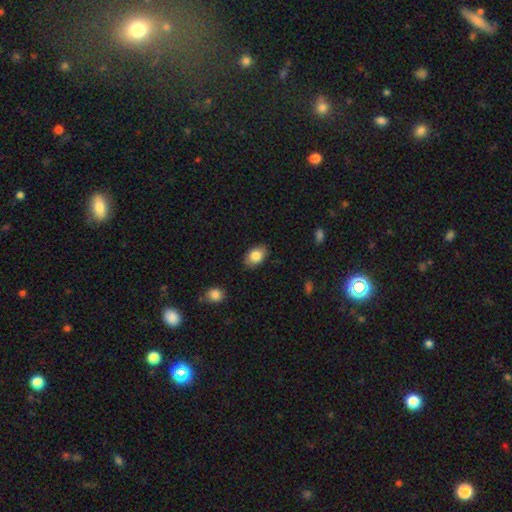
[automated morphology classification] smooth-or-featured: smooth: 83% | featured or disk: 10% | star or artifact: 8%
  how-rounded: in between: 87% | round: 12% | cigar-shaped: 1%
  merging: none: 85% | minor disturbance: 11% | major disturbance: 2% | merger: 1%